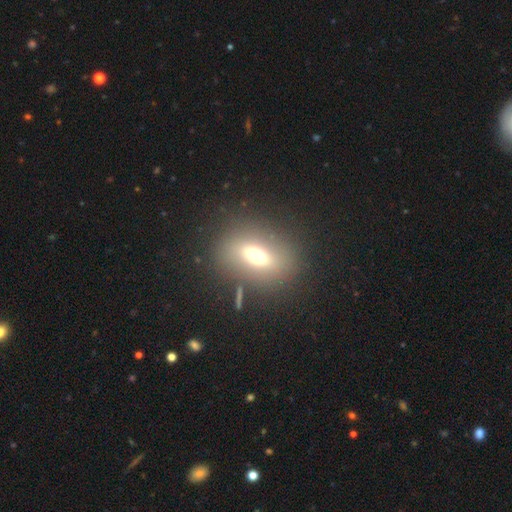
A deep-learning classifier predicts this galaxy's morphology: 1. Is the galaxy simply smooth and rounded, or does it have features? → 61% smooth, 21% featured or disk, 18% star or artifact.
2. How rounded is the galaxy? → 62% in between, 33% round, 5% cigar-shaped.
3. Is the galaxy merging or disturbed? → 76% none, 10% minor disturbance, 7% major disturbance, 6% merger.